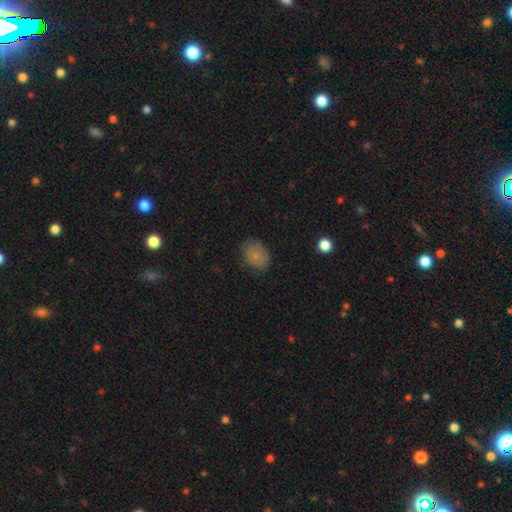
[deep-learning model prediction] Smooth or featured? smooth (77%)
How rounded? in between (51%)
Merging? none (77%)